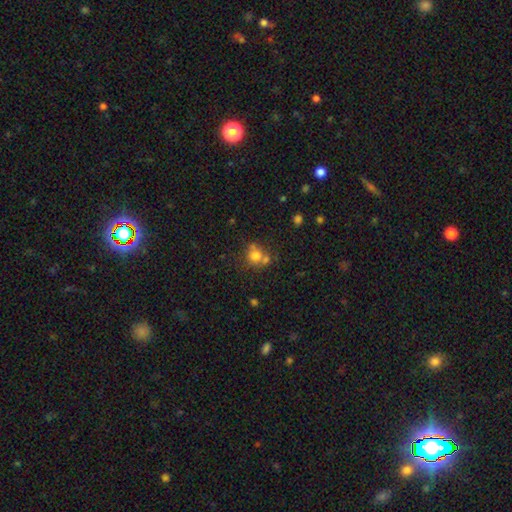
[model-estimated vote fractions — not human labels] The model was most divided on "merging": none: 50%, merger: 33%, minor disturbance: 12%, major disturbance: 6%. More confident: how rounded — round (81%); smooth or featured — smooth (73%).